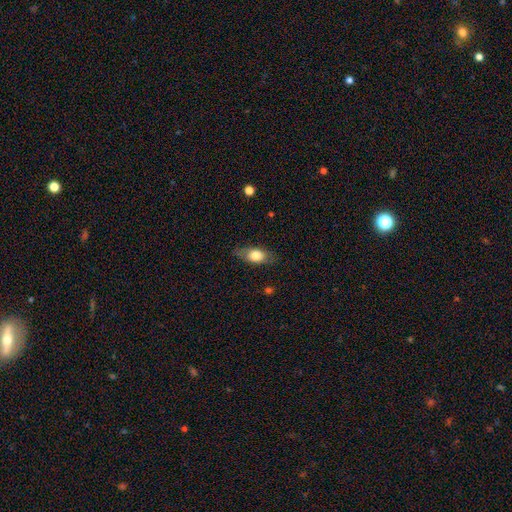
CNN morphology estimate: This is likely a smooth galaxy (69%). How rounded: clearly in between (80%). Merging: likely none (77%).